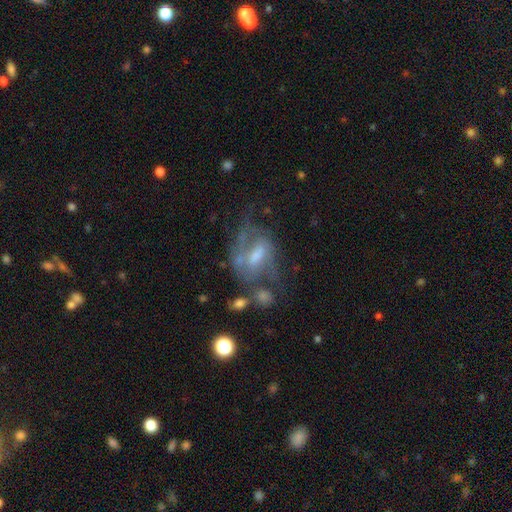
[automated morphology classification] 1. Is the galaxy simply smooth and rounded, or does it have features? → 74% featured or disk, 16% smooth, 10% star or artifact.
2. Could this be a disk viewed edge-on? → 95% no, 5% yes.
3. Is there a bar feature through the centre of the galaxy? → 51% weak, 25% no, 24% strong.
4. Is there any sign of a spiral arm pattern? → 80% yes, 20% no.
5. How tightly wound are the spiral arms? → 48% medium, 28% loose, 24% tight.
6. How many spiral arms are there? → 59% 2, 23% can't tell, 7% 1, 6% 3, 2% 4, 2% more than 4.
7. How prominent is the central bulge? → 43% moderate, 31% small, 16% none, 9% large, 2% dominant.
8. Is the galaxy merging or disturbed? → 43% none, 25% major disturbance, 21% minor disturbance, 12% merger.